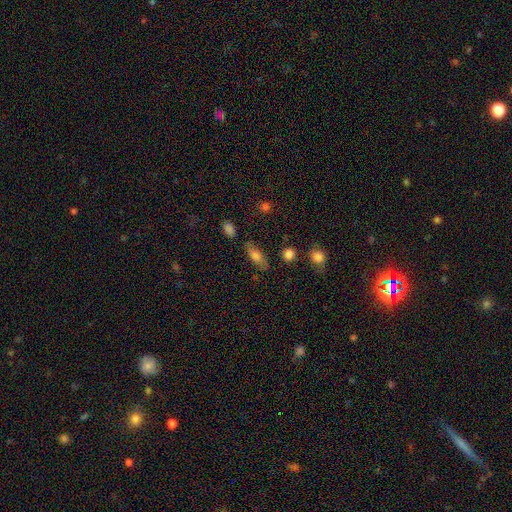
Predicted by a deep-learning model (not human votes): A smooth galaxy with no disk features (73%) that is in between round and cigar-shaped (70%).

Vote fractions:
- Smooth or featured? smooth: 73% / featured or disk: 19% / star or artifact: 8%
- How rounded? in between: 70% / cigar-shaped: 26% / round: 4%
- Merging? none: 78% / minor disturbance: 14% / merger: 4% / major disturbance: 4%